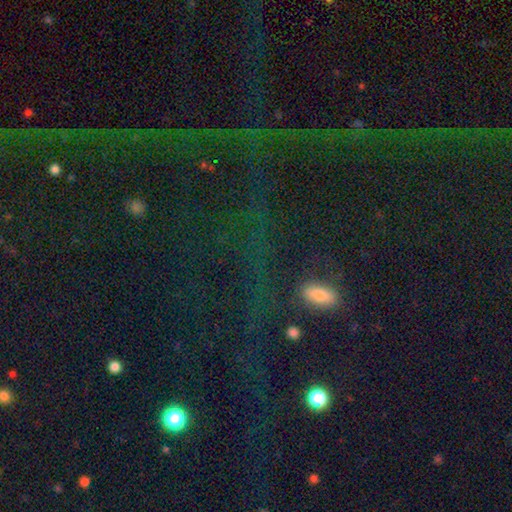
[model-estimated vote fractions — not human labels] Smooth or featured? star or artifact (53%)